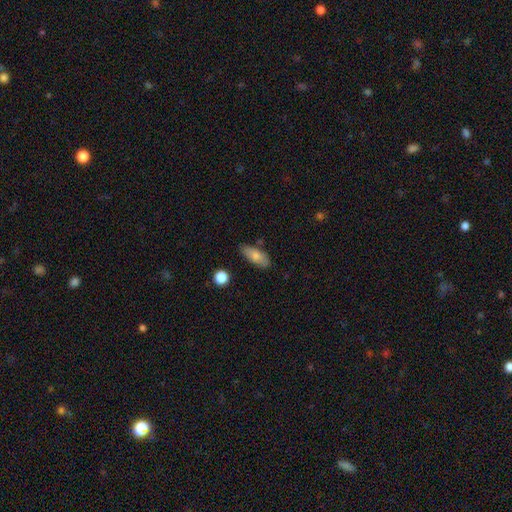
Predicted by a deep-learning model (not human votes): Morphology: type=smooth (75%); roundness=in between (80%); merging=none (77%).